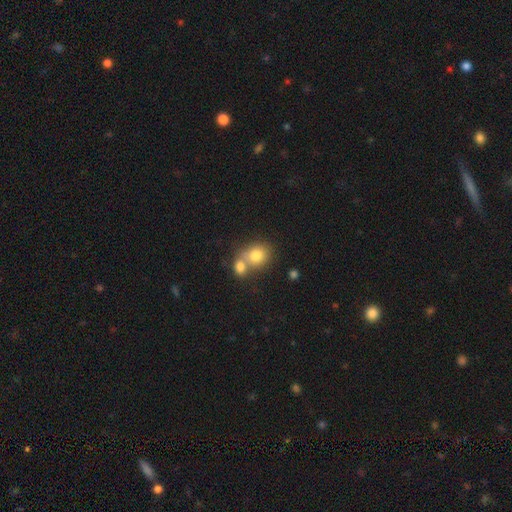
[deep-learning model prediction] The model was most divided on "merging": merger: 52%, none: 36%, minor disturbance: 9%, major disturbance: 3%. More confident: smooth or featured — smooth (79%); how rounded — round (65%).